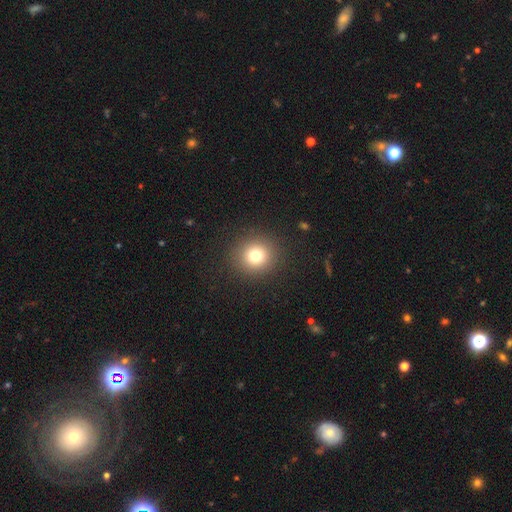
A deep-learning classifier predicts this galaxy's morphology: Overall: smooth (77%). How rounded: round (91%). Merging: none (90%).